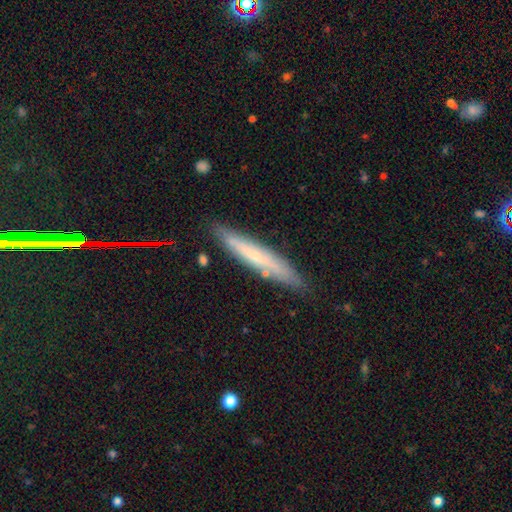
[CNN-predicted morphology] A smooth galaxy with no disk features (47%). Merging: none (84%).